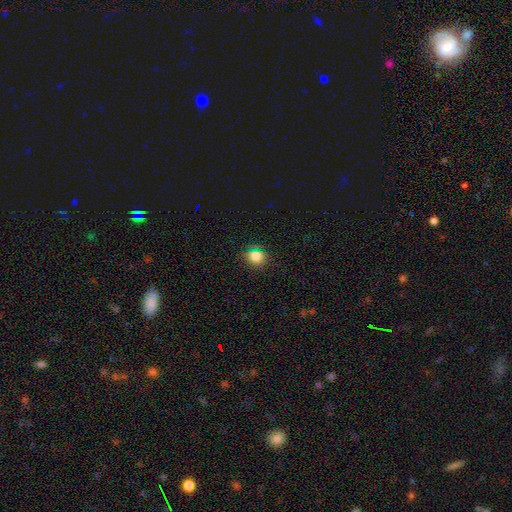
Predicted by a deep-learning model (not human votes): Q: Smooth or featured?
A: smooth (75%); runner-up: star or artifact (19%)
Q: How rounded?
A: round (78%); runner-up: in between (21%)
Q: Merging?
A: none (83%); runner-up: minor disturbance (11%)